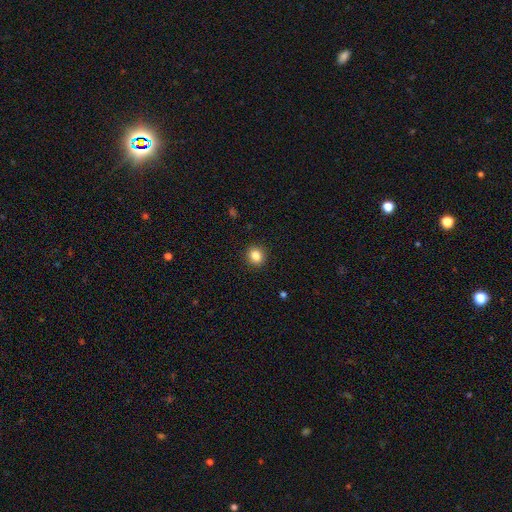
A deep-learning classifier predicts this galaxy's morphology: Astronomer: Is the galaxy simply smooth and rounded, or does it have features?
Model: smooth — 84%.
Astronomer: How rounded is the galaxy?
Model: round — 81%.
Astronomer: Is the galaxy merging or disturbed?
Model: none — 92%.